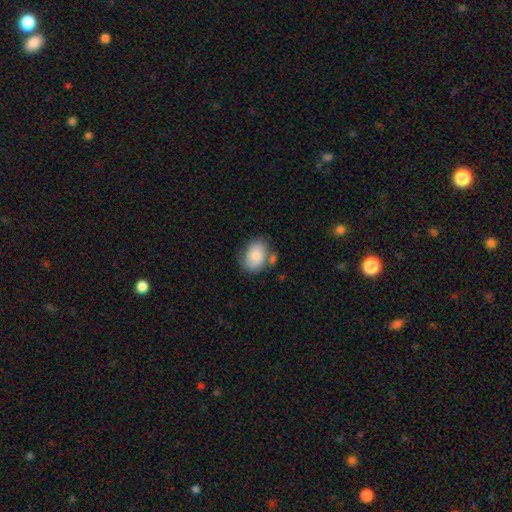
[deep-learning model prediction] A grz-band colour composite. It shows a smooth galaxy with no disk features (81%) that is in between round and cigar-shaped (78%). Merging: none (62%).